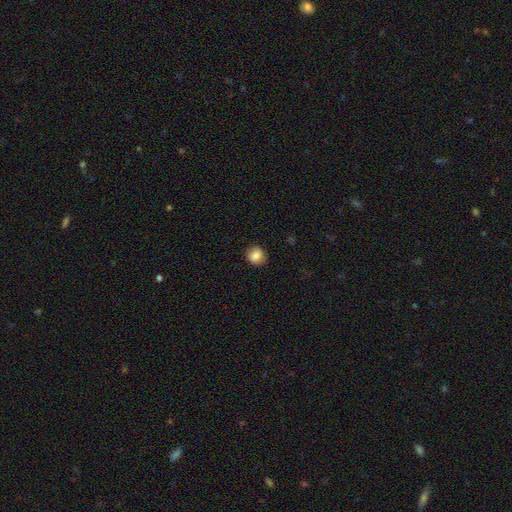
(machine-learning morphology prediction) Smooth or featured: smooth — 85% (star or artifact — 9%)
How rounded: round — 82% (in between — 17%)
Merging: none — 86% (minor disturbance — 10%)